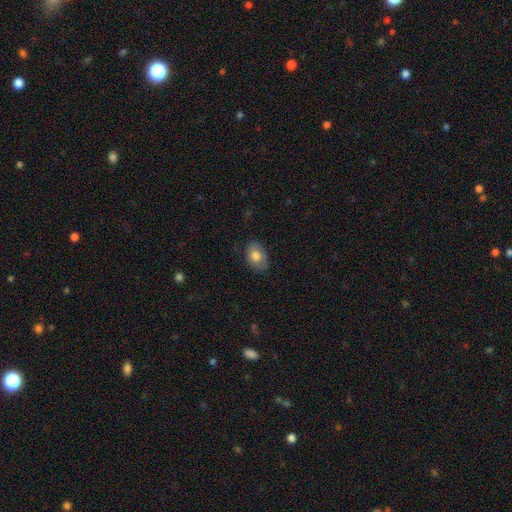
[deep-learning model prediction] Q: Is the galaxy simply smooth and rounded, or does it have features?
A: smooth — 76%.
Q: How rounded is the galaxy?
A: in between — 84%.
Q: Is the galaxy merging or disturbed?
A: none — 79%.